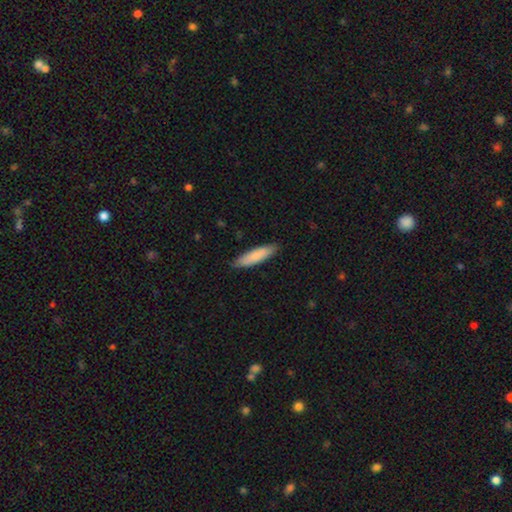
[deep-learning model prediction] Smooth or featured? smooth (83%)
How rounded? cigar-shaped (70%)
Merging? none (87%)